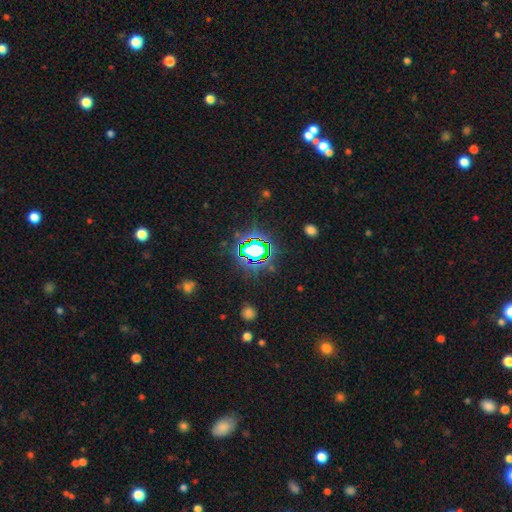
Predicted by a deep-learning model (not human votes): This is likely a star or artifact rather than a galaxy (78%).